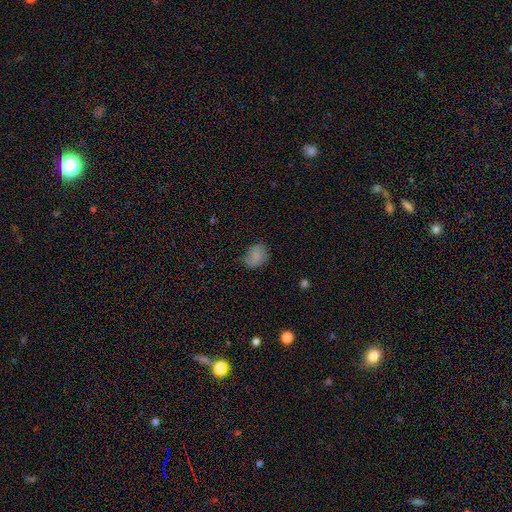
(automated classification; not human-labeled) Morphology: type=smooth (74%); roundness=in between (63%); merging=none (61%).